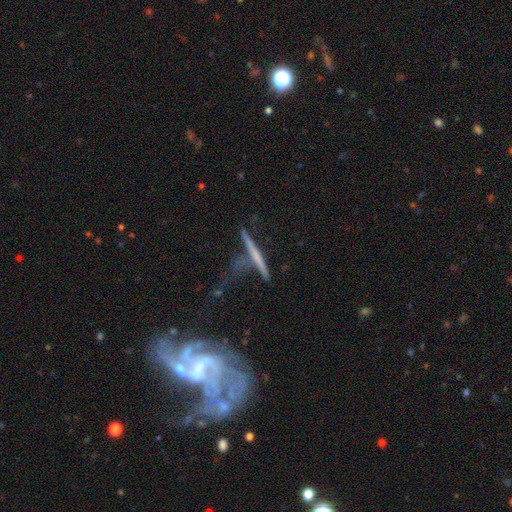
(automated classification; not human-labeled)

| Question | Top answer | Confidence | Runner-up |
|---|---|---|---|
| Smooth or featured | featured or disk | 58% | smooth (32%) |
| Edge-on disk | yes | 93% | no (7%) |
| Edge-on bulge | none | 68% | rounded (23%) |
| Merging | none | 61% | minor disturbance (18%) |